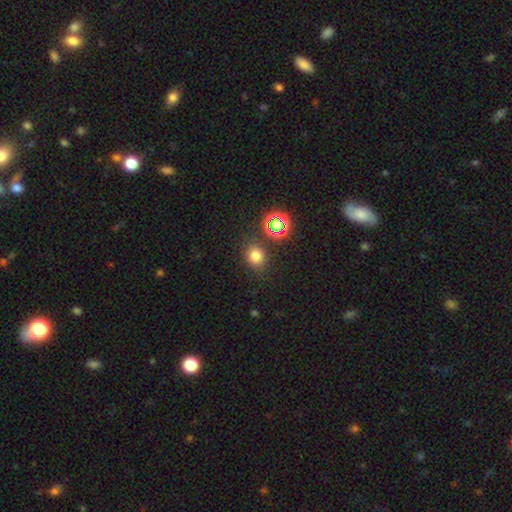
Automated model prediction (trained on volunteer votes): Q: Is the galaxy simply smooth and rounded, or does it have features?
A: smooth — 73%.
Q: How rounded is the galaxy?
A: round — 65%.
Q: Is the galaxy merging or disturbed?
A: none — 82%.